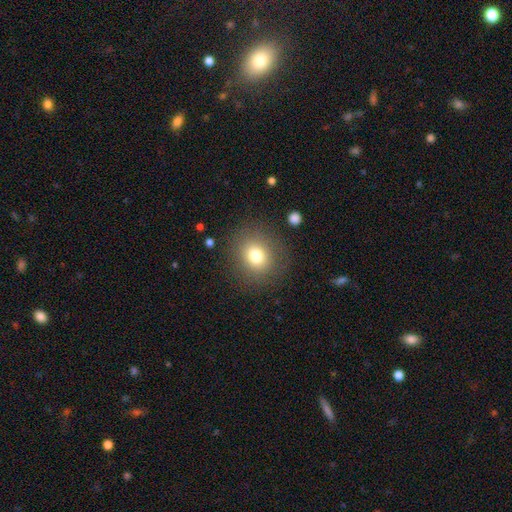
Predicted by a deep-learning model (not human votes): Q: Smooth or featured?
A: smooth (77%); runner-up: star or artifact (13%)
Q: How rounded?
A: round (79%); runner-up: in between (20%)
Q: Merging?
A: none (85%); runner-up: minor disturbance (9%)